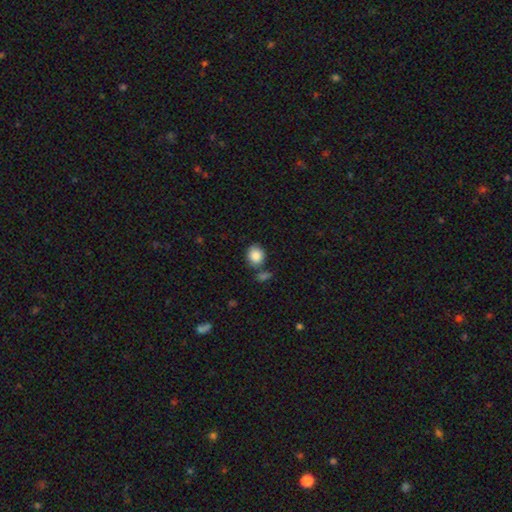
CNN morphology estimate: smooth-or-featured: smooth: 87% | star or artifact: 8% | featured or disk: 5%
  how-rounded: round: 72% | in between: 27% | cigar-shaped: 1%
  merging: none: 71% | minor disturbance: 13% | merger: 13% | major disturbance: 4%